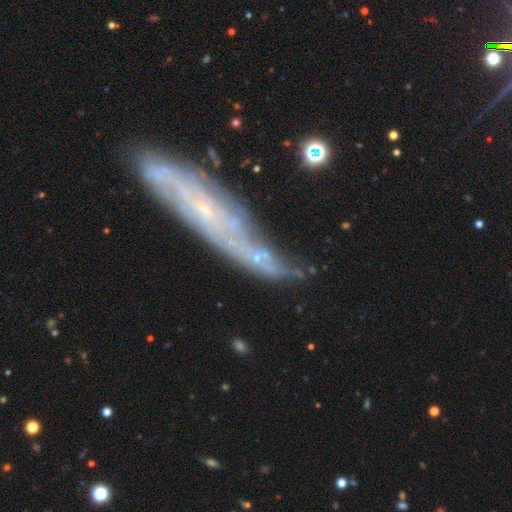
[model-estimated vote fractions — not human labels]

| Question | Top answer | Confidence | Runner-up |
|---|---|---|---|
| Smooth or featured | featured or disk | 68% | smooth (21%) |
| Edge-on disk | no | 61% | yes (39%) |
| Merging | none | 59% | minor disturbance (21%) |